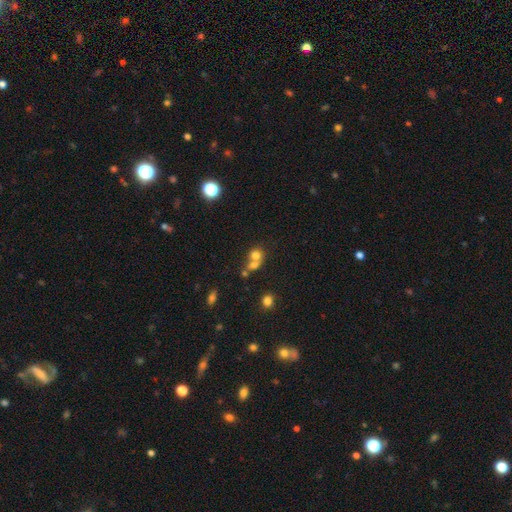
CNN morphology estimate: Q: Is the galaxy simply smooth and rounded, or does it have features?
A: smooth — 69%.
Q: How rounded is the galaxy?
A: round — 76%.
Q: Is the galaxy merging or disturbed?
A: merger — 60%.